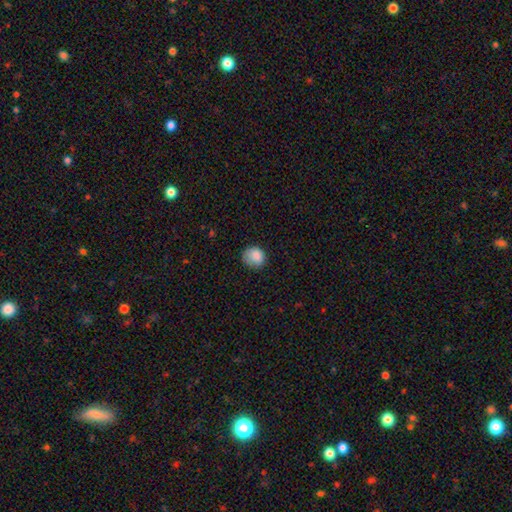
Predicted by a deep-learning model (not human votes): Smooth or featured?
  - smooth: 85% *
  - star or artifact: 9%
  - featured or disk: 6%
How rounded?
  - round: 71% *
  - in between: 29%
  - cigar-shaped: 1%
Merging?
  - none: 68% *
  - minor disturbance: 24%
  - major disturbance: 7%
  - merger: 1%